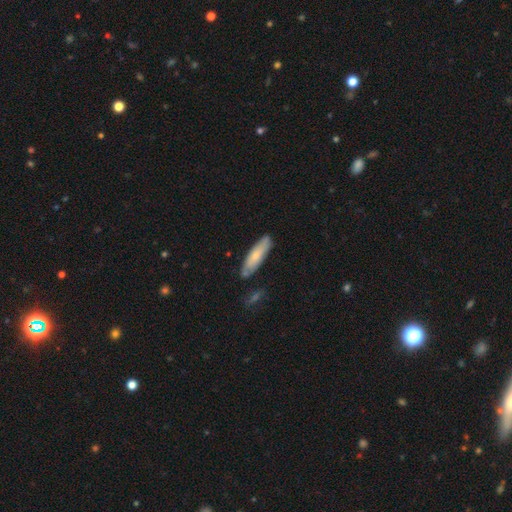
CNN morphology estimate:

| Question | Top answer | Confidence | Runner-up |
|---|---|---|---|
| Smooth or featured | smooth | 66% | featured or disk (28%) |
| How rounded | cigar-shaped | 65% | in between (33%) |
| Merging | none | 78% | minor disturbance (16%) |